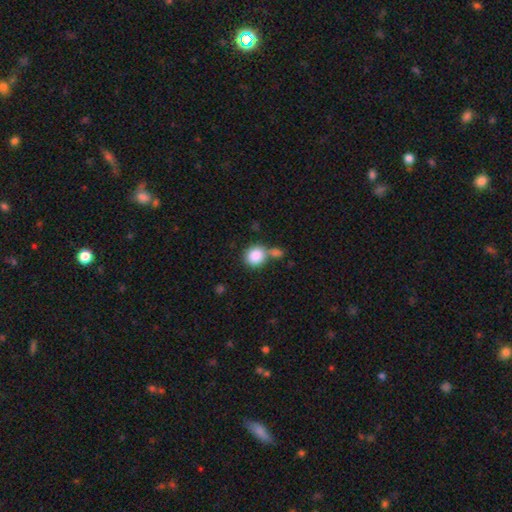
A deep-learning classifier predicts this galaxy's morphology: Overall: smooth (87%). How rounded: round (80%). Merging: none (48%; merger 35%).